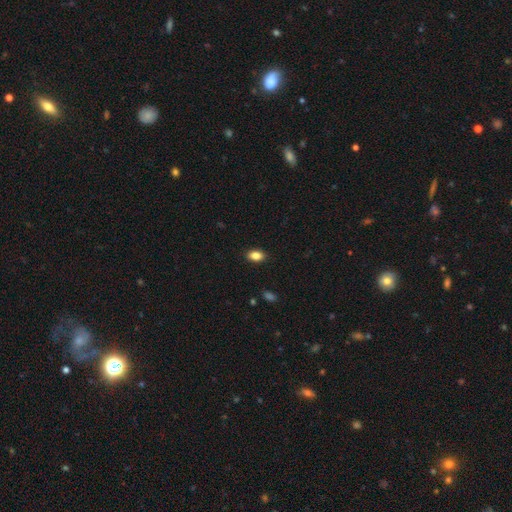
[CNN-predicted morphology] smooth 86%, star or artifact 9%, featured or disk 6%. Down the decision tree: how rounded — in between (85%); merging — none (89%).